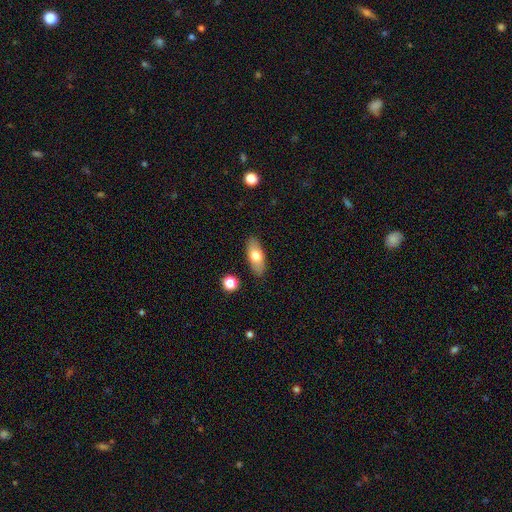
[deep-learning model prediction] Morphology: type=smooth (70%); roundness=in between (82%); merging=none (87%).